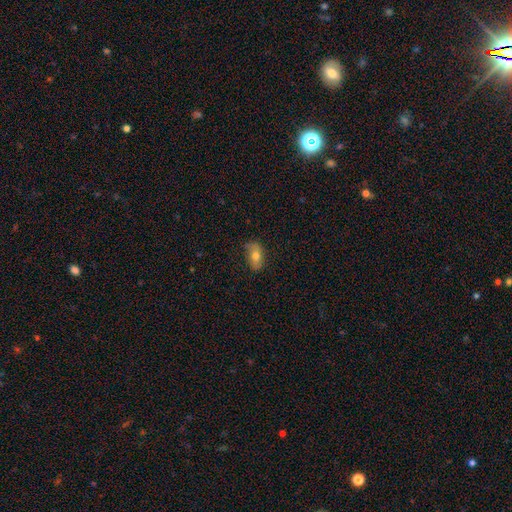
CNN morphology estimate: Q: Smooth or featured?
A: smooth (65%); runner-up: featured or disk (27%)
Q: How rounded?
A: in between (87%); runner-up: round (7%)
Q: Merging?
A: none (76%); runner-up: minor disturbance (19%)